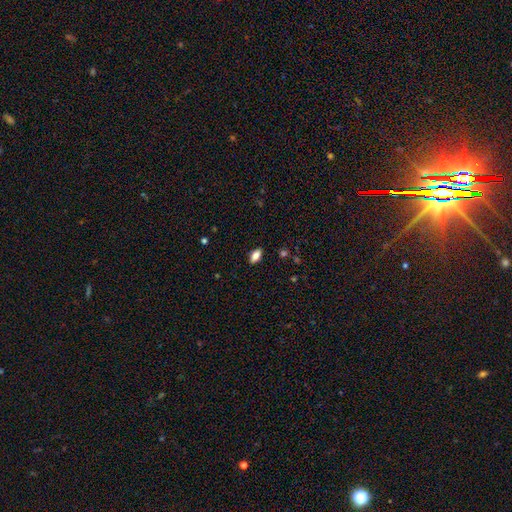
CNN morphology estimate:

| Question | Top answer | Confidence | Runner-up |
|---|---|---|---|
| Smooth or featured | smooth | 78% | featured or disk (13%) |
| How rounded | in between | 86% | cigar-shaped (10%) |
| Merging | none | 88% | minor disturbance (9%) |